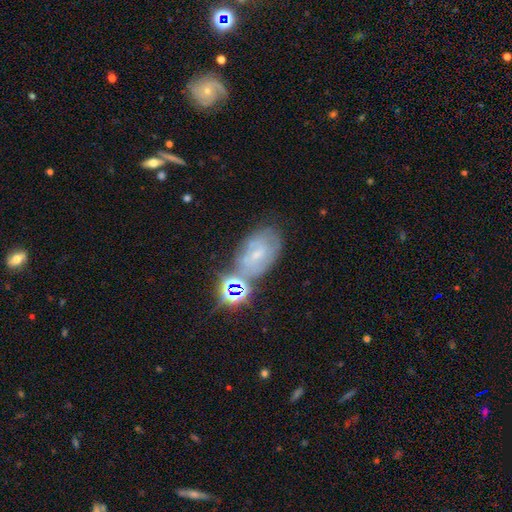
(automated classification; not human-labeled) smooth-or-featured: featured or disk: 52% | smooth: 26% | star or artifact: 22%
  disk-edge-on: no: 94% | yes: 6%
  merging: none: 56% | minor disturbance: 20% | merger: 13% | major disturbance: 10%